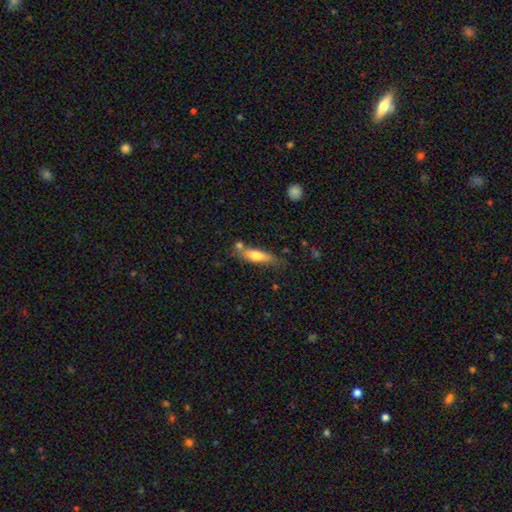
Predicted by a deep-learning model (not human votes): Smooth or featured: smooth — 60% (featured or disk — 33%)
How rounded: cigar-shaped — 57% (in between — 40%)
Merging: none — 61% (minor disturbance — 20%)